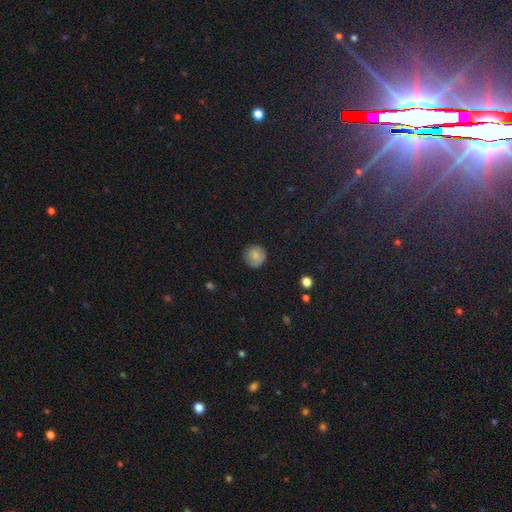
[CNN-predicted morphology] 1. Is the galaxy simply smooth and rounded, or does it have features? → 82% smooth, 9% star or artifact, 9% featured or disk.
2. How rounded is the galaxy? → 93% round, 6% in between, 1% cigar-shaped.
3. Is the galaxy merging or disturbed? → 83% none, 13% minor disturbance, 3% major disturbance, 1% merger.